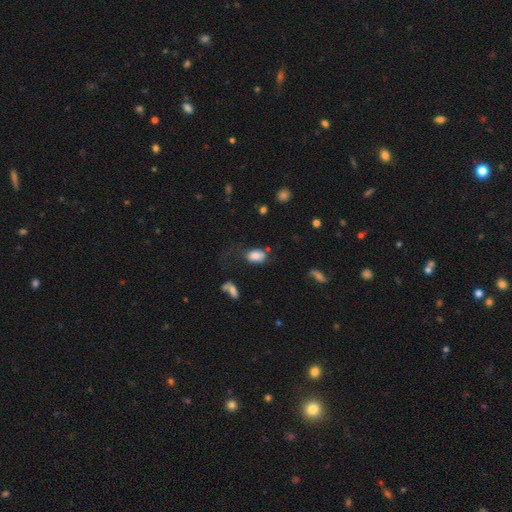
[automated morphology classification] The model was most divided on "merging": none: 45%, minor disturbance: 27%, major disturbance: 20%, merger: 8%. More confident: how rounded — in between (88%); smooth or featured — smooth (80%).